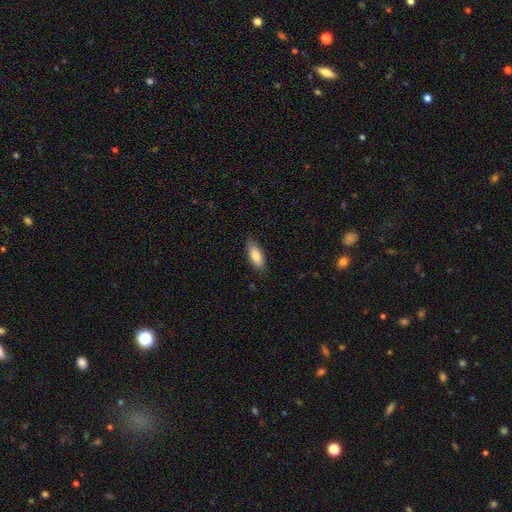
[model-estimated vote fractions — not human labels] Overall: smooth (82%). How rounded: in between (76%). Merging: none (80%).